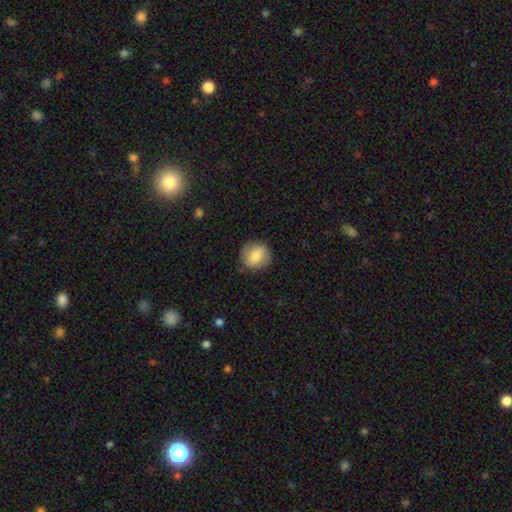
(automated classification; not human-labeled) A smooth galaxy with no disk features (76%) that is round (82%). Merging: none (83%).